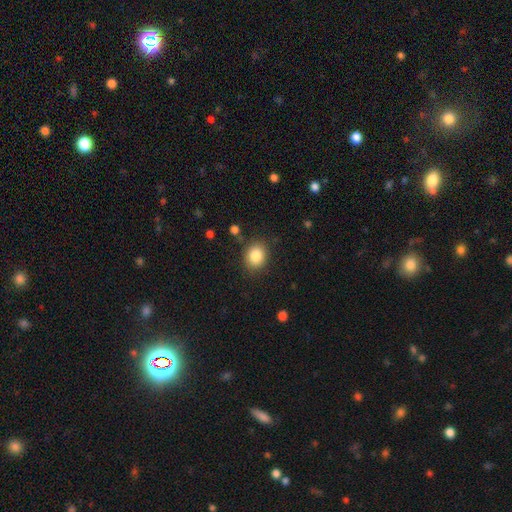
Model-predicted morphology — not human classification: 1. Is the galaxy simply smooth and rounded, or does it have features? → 85% smooth, 9% star or artifact, 6% featured or disk.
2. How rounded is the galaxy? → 64% round, 35% in between, 1% cigar-shaped.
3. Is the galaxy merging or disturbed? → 84% none, 10% minor disturbance, 3% major disturbance, 2% merger.